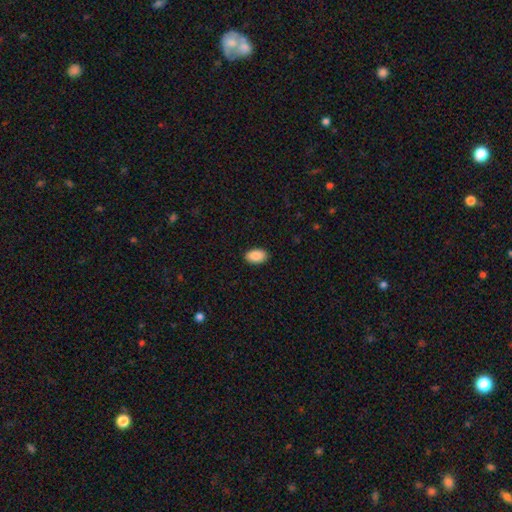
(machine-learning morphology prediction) A smooth galaxy with no disk features (90%) that is in between round and cigar-shaped (93%).

Vote fractions:
- Smooth or featured? smooth: 90% / star or artifact: 7% / featured or disk: 4%
- How rounded? in between: 93% / round: 6% / cigar-shaped: 1%
- Merging? none: 90% / minor disturbance: 7% / major disturbance: 2% / merger: 1%